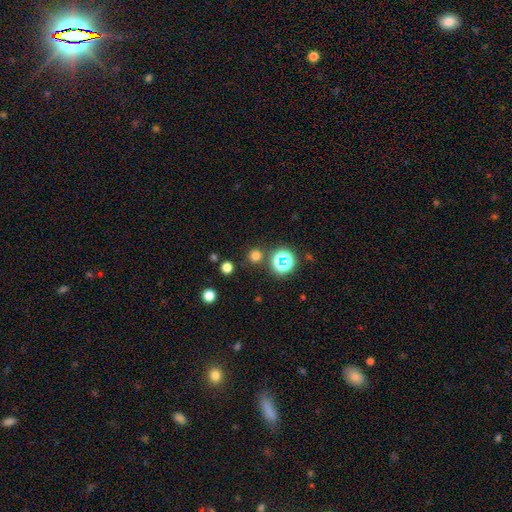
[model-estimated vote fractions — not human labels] Q: Smooth or featured?
A: smooth (70%); runner-up: star or artifact (25%)
Q: How rounded?
A: round (93%); runner-up: in between (6%)
Q: Merging?
A: none (86%); runner-up: minor disturbance (7%)